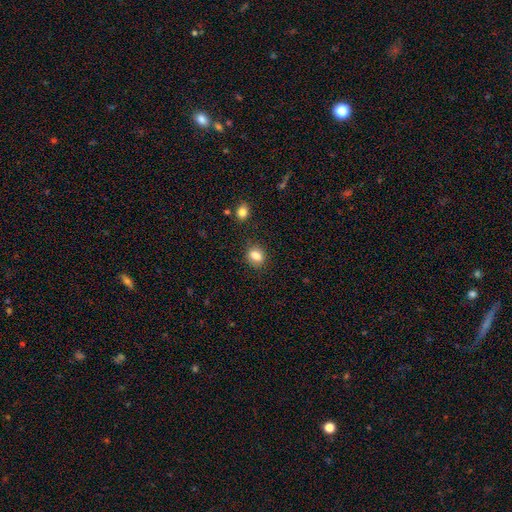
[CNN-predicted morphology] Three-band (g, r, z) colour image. It shows a smooth galaxy with no disk features (83%) that is in between round and cigar-shaped (57%). Merging: none (83%).